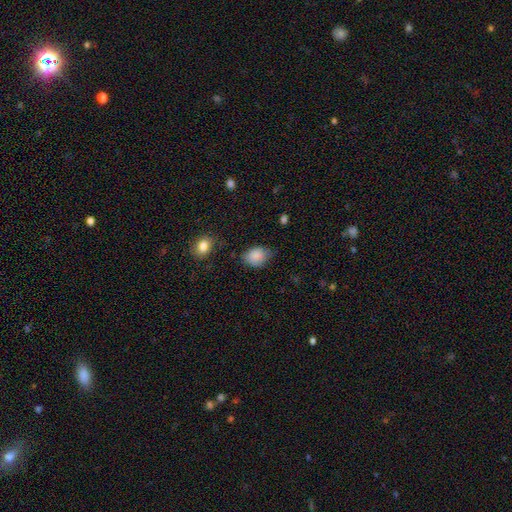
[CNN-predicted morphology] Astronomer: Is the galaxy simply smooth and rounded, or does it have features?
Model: smooth — 87%.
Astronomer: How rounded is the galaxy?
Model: in between — 62%.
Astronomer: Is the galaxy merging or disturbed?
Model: none — 60%.